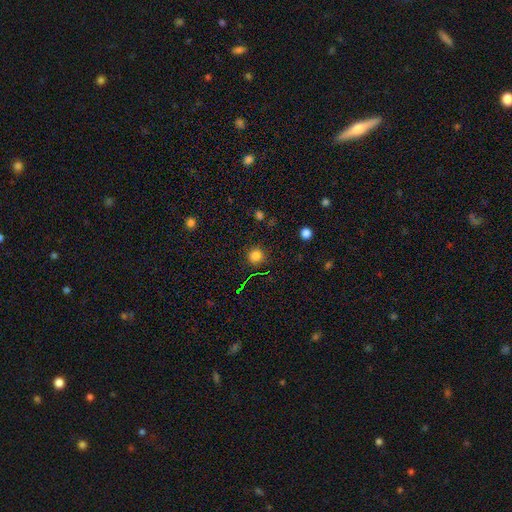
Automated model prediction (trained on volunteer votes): The model was most divided on "smooth or featured": smooth: 79%, star or artifact: 16%, featured or disk: 5%. More confident: how rounded — round (95%); merging — none (89%).